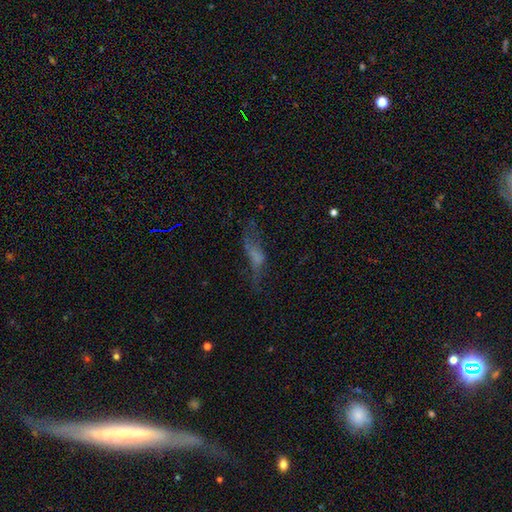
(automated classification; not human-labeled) This is marginally a smooth galaxy (44%). Merging: marginally none (39%).